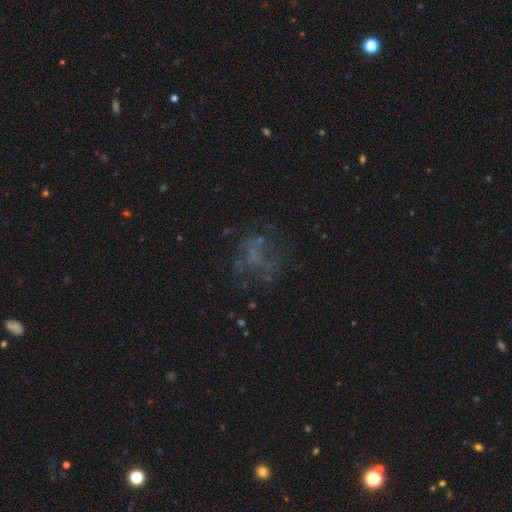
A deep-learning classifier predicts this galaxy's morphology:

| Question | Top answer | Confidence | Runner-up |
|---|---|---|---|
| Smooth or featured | featured or disk | 45% | star or artifact (29%) |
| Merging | none | 54% | major disturbance (27%) |